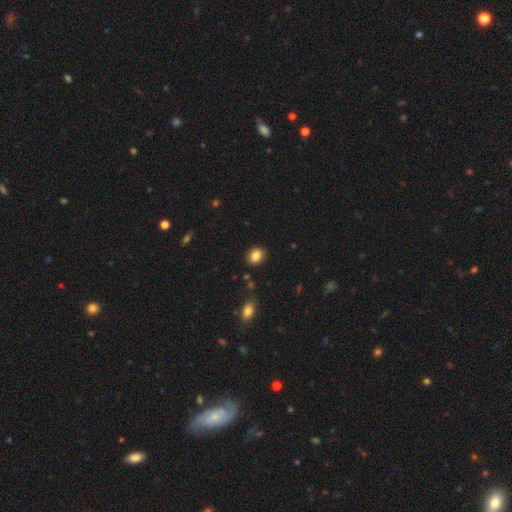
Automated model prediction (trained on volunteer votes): Smooth or featured? Predicted: smooth (p=0.85). How rounded? Predicted: round (p=0.51). Merging? Predicted: none (p=0.87).